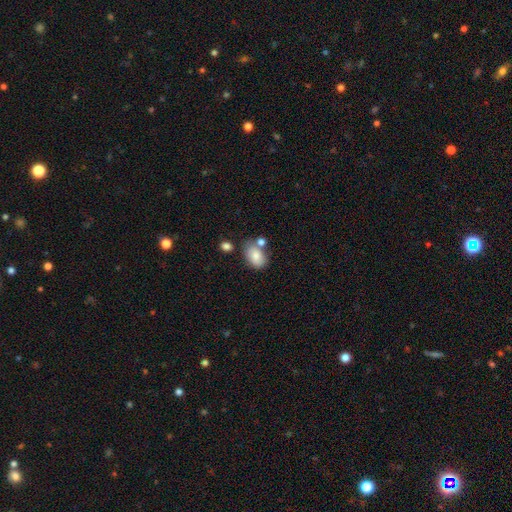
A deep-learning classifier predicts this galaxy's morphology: A smooth galaxy with no disk features (81%) that is in between round and cigar-shaped (85%). Merging: none (55%).